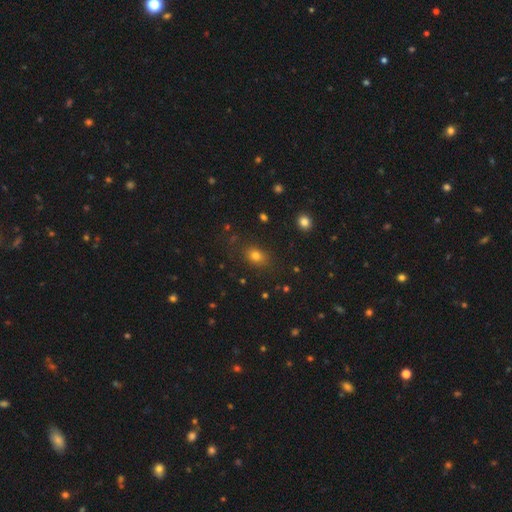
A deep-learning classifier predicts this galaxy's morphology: type=smooth (77%); roundness=in between (63%); merging=none (82%).